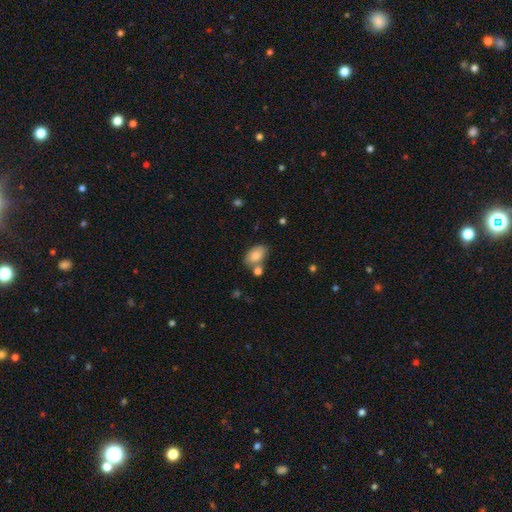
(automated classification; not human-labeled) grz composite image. It shows a smooth galaxy with no disk features (82%) that is in between round and cigar-shaped (91%). Merging: none (59%).